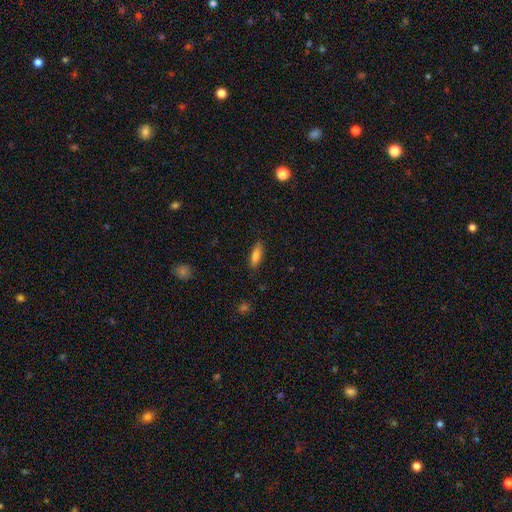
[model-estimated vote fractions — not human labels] smooth-or-featured: smooth: 79% | featured or disk: 14% | star or artifact: 7%
  how-rounded: cigar-shaped: 50% | in between: 48% | round: 2%
  merging: none: 86% | minor disturbance: 10% | major disturbance: 2% | merger: 1%